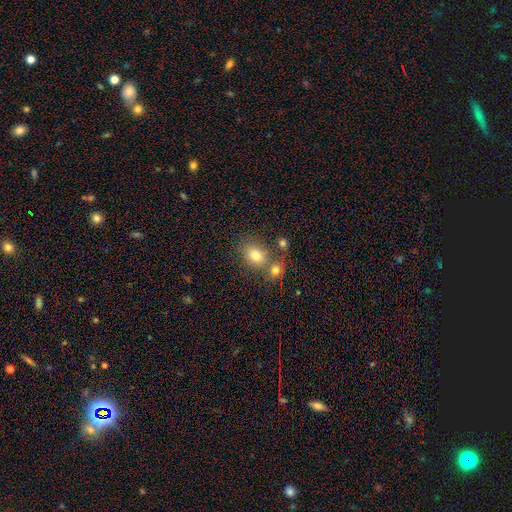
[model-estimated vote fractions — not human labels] Overall: smooth (76%). How rounded: in between (57%; round 42%). Merging: none (54%; merger 30%).